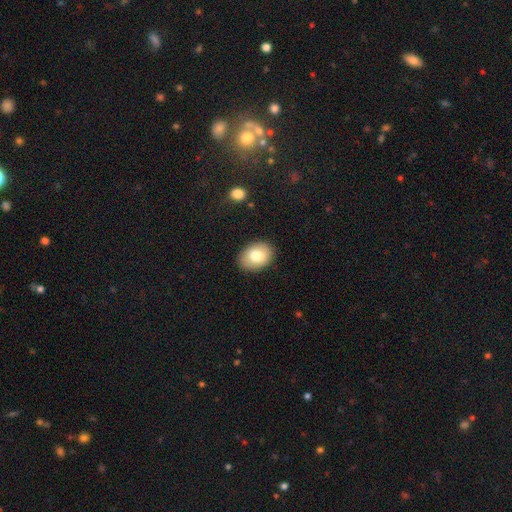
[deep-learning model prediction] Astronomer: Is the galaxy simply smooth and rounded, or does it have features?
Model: smooth — 77%.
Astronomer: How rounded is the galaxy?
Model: in between — 76%.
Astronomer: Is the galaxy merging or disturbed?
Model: none — 88%.